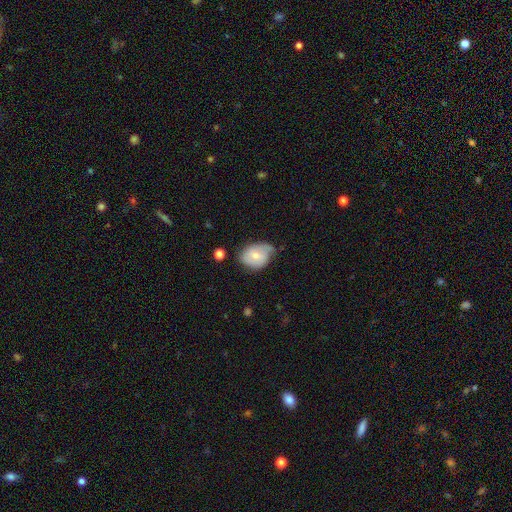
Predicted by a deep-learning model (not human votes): A smooth galaxy with no disk features (54%) that is in between round and cigar-shaped (64%).

Vote fractions:
- Smooth or featured? smooth: 54% / featured or disk: 39% / star or artifact: 7%
- How rounded? in between: 64% / round: 35% / cigar-shaped: 1%
- Merging? none: 45% / minor disturbance: 40% / major disturbance: 12% / merger: 3%